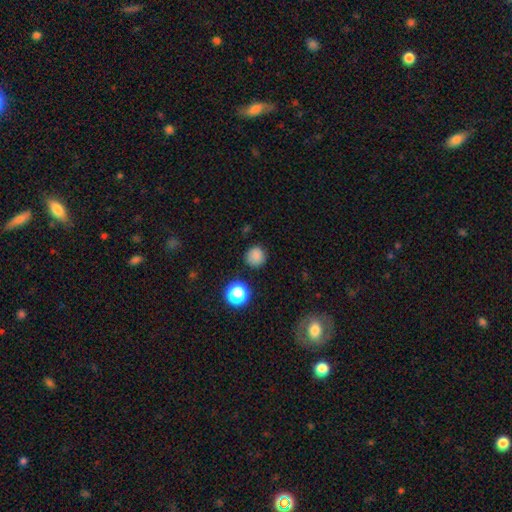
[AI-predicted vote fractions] Smooth or featured? smooth (82%)
How rounded? round (92%)
Merging? none (85%)